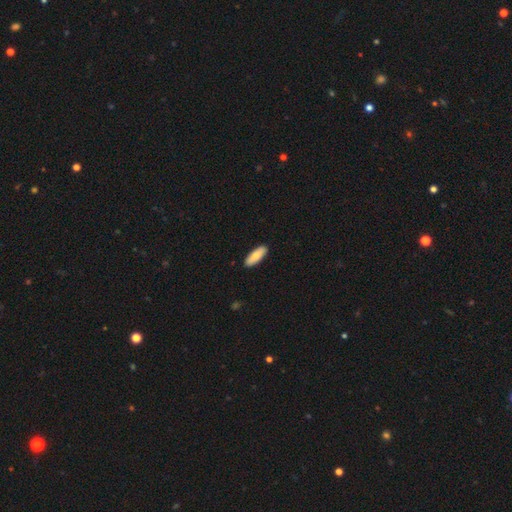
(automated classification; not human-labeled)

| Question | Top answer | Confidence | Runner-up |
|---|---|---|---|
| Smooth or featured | smooth | 81% | featured or disk (13%) |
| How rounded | in between | 65% | cigar-shaped (33%) |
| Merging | none | 90% | minor disturbance (8%) |